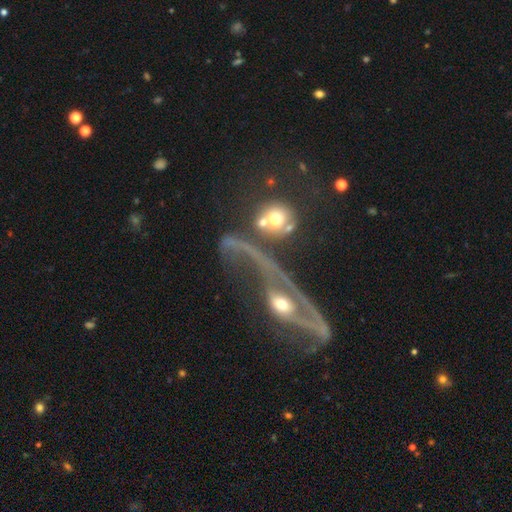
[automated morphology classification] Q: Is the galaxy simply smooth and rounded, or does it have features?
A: featured or disk — 75%.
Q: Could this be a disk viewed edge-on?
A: no — 66%.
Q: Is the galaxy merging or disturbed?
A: merger — 36%.